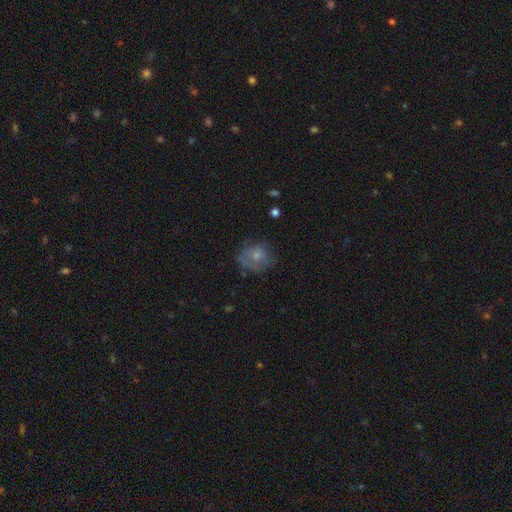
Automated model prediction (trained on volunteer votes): A smooth galaxy with no disk features (61%) that is round (61%). Merging: none (50%).